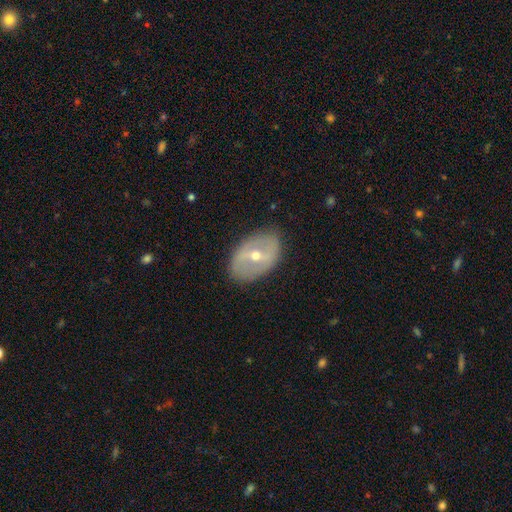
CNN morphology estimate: smooth-or-featured: featured or disk: 67% | smooth: 26% | star or artifact: 7%
  disk-edge-on: no: 91% | yes: 9%
    bar: strong: 41% | weak: 40% | no: 20%
    has-spiral-arms: no: 59% | yes: 41%
    bulge-size: moderate: 54% | small: 43% | large: 1% | none: 1% | dominant: 1%
  merging: none: 83% | minor disturbance: 12% | major disturbance: 4% | merger: 1%